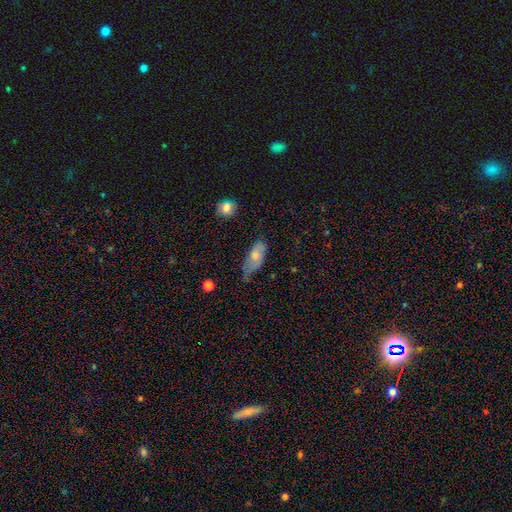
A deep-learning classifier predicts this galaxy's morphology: smooth 69%, featured or disk 24%, star or artifact 7%. Down the decision tree: how rounded — in between (84%); merging — none (42%).